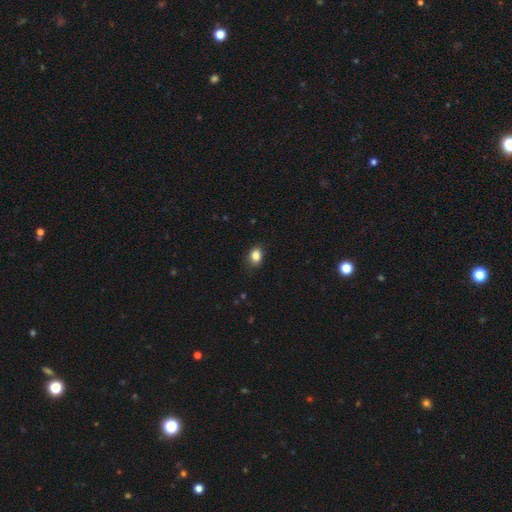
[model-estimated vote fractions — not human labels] smooth_or_featured: smooth (p=0.86) [alt: star or artifact p=0.10]
how_rounded: in between (p=0.56) [alt: round p=0.43]
merging: none (p=0.80) [alt: minor disturbance p=0.16]